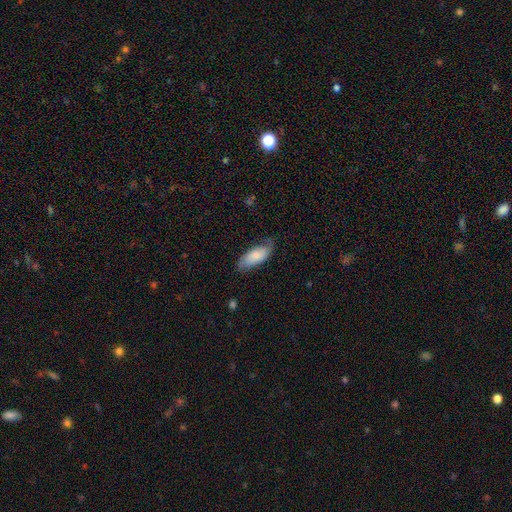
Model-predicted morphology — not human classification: Smooth or featured?
  - smooth: 71% *
  - featured or disk: 23%
  - star or artifact: 6%
How rounded?
  - in between: 84% *
  - cigar-shaped: 15%
  - round: 2%
Merging?
  - none: 64% *
  - minor disturbance: 27%
  - major disturbance: 7%
  - merger: 1%